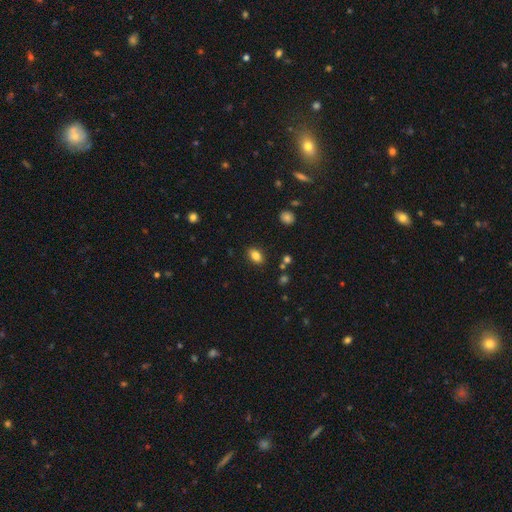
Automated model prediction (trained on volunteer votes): Morphology: type=smooth (84%); roundness=in between (83%); merging=none (86%).